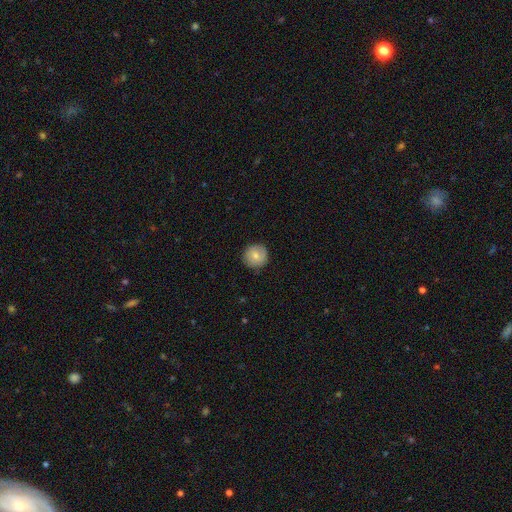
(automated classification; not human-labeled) Overall: smooth (72%). How rounded: round (94%). Merging: none (87%).